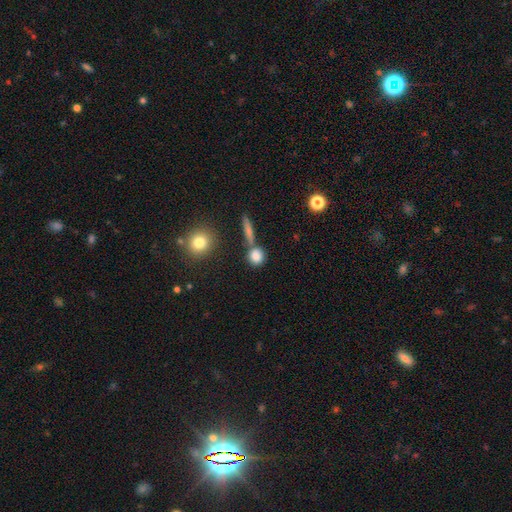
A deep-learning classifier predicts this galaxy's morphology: Smooth or featured?
  - smooth: 82% *
  - star or artifact: 10%
  - featured or disk: 8%
How rounded?
  - round: 80% *
  - in between: 15%
  - cigar-shaped: 5%
Merging?
  - none: 65% *
  - merger: 20%
  - minor disturbance: 10%
  - major disturbance: 4%